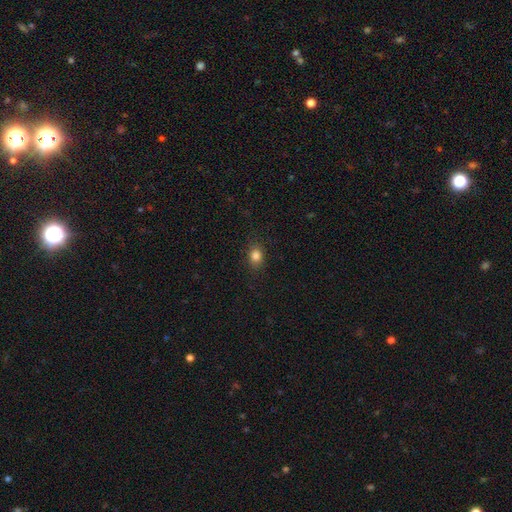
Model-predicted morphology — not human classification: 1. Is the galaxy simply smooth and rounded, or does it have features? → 83% smooth, 11% star or artifact, 6% featured or disk.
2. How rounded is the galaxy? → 61% in between, 37% round, 2% cigar-shaped.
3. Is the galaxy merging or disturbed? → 86% none, 10% minor disturbance, 3% major disturbance, 1% merger.